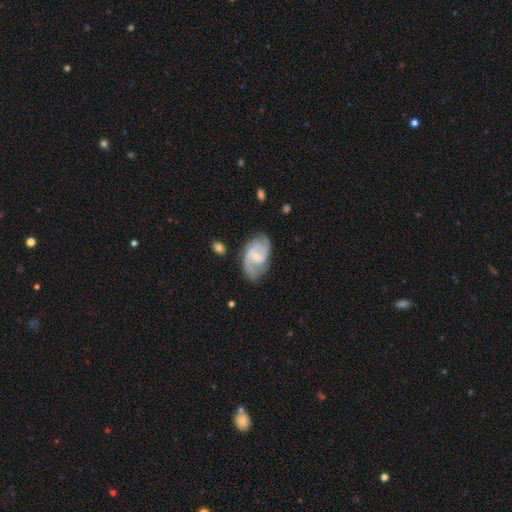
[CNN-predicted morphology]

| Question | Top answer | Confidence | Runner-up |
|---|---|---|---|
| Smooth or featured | featured or disk | 80% | smooth (14%) |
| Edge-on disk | no | 97% | yes (3%) |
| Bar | weak | 53% | no (36%) |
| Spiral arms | yes | 95% | no (5%) |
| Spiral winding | medium | 51% | loose (25%) |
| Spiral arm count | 2 | 72% | can't tell (11%) |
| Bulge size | small | 63% | moderate (27%) |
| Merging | none | 70% | minor disturbance (20%) |